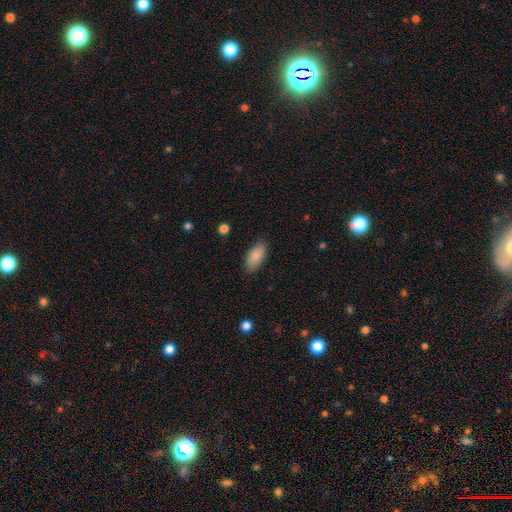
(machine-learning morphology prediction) This is clearly a smooth galaxy (87%). How rounded: clearly in between (91%). Merging: clearly none (84%).